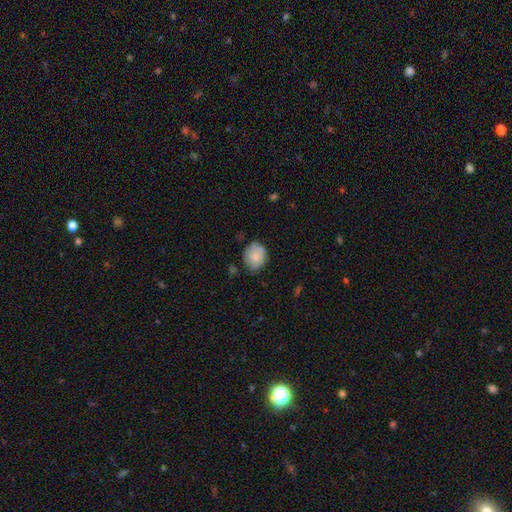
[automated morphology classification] Q: Smooth or featured?
A: smooth (79%); runner-up: featured or disk (14%)
Q: How rounded?
A: round (54%); runner-up: in between (45%)
Q: Merging?
A: none (70%); runner-up: minor disturbance (23%)